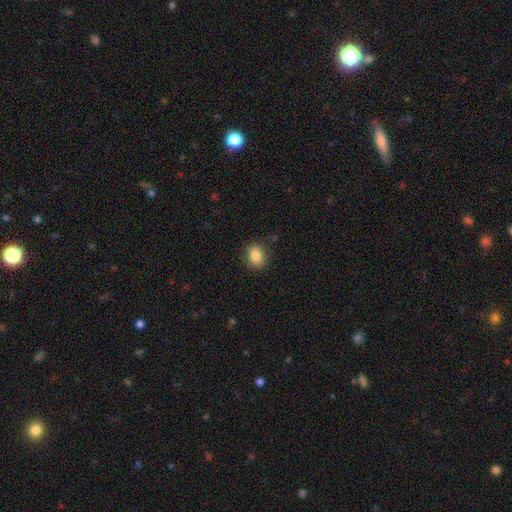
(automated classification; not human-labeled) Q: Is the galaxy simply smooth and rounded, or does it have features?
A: smooth — 85%.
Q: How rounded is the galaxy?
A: in between — 53%.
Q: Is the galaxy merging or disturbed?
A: none — 85%.